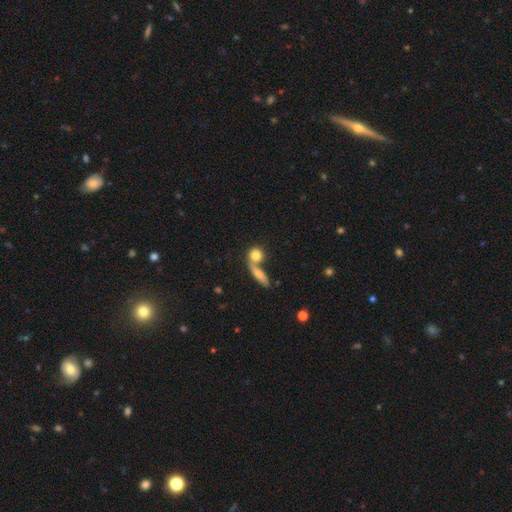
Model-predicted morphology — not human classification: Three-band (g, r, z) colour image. It shows a smooth galaxy with no disk features (77%) that is round (68%). Merging: merger (49%).